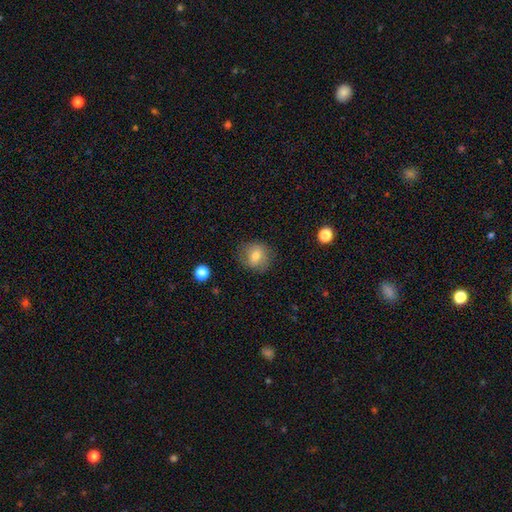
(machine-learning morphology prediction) smooth 71%, featured or disk 20%, star or artifact 10%. Down the decision tree: how rounded — round (77%); merging — none (78%).